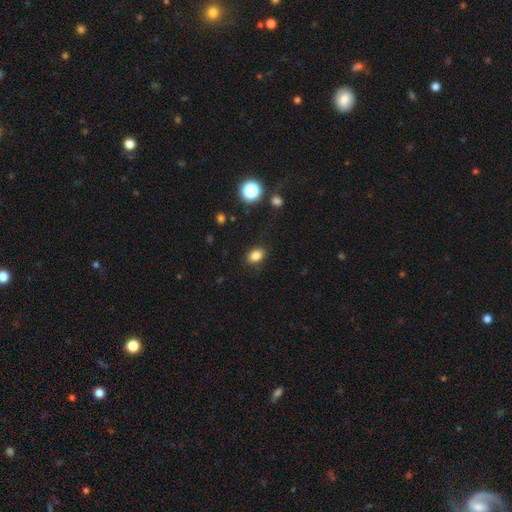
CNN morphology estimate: This appears to be a smooth galaxy with no disk features (83%) that is in between round and cigar-shaped (73%). Merging: none (86%).